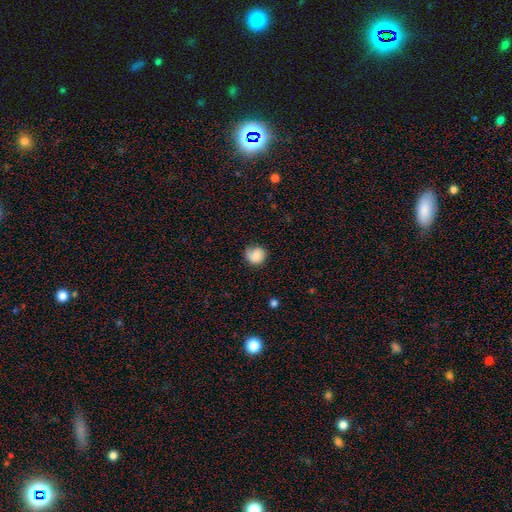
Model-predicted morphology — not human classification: Smooth or featured? smooth (79%)
How rounded? round (84%)
Merging? none (69%)